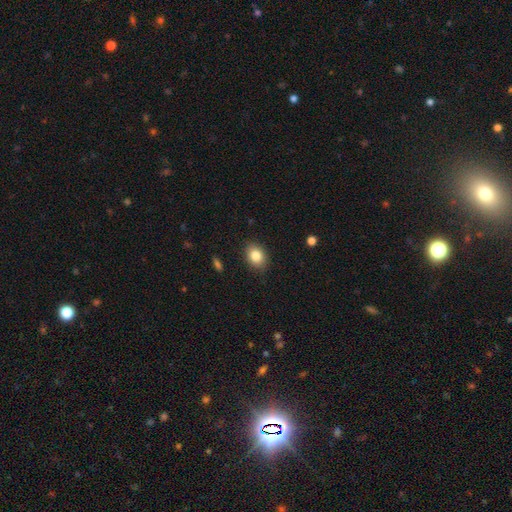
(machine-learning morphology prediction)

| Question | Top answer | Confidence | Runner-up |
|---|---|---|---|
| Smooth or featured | smooth | 85% | star or artifact (8%) |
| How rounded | in between | 69% | round (30%) |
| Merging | none | 87% | minor disturbance (10%) |